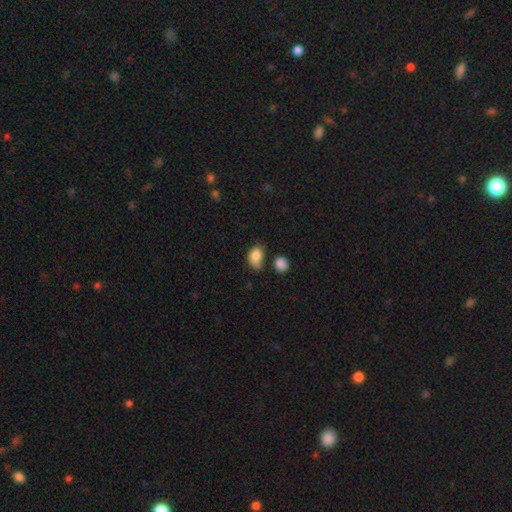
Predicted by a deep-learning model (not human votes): A smooth galaxy with no disk features (82%) that is in between round and cigar-shaped (67%). Merging: none (40%).